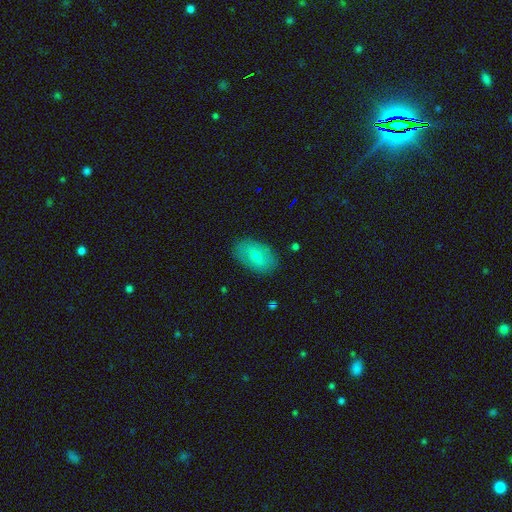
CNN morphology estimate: smooth-or-featured: smooth: 63% | featured or disk: 28% | star or artifact: 9%
  how-rounded: in between: 90% | round: 9% | cigar-shaped: 2%
  merging: none: 85% | minor disturbance: 11% | major disturbance: 3% | merger: 1%